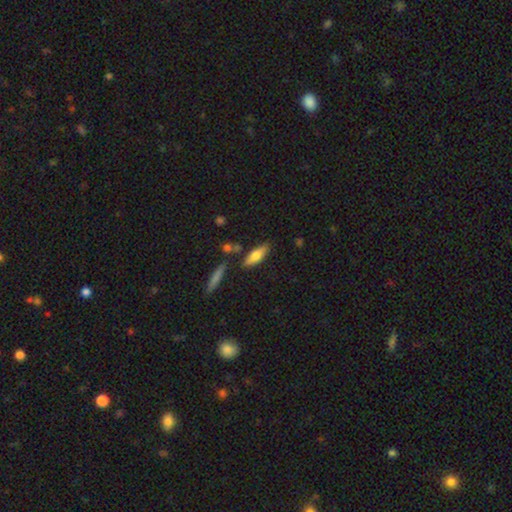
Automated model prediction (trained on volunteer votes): smooth 70%, featured or disk 24%, star or artifact 7%. Down the decision tree: how rounded — in between (55%); merging — none (77%).